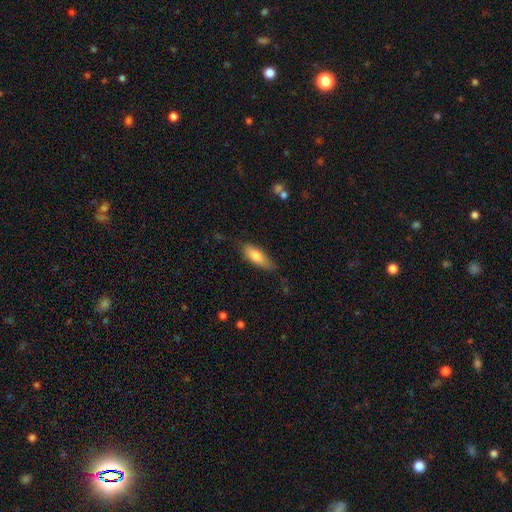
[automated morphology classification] A smooth galaxy with no disk features (75%) that is in between round and cigar-shaped (63%). Merging: none (73%).